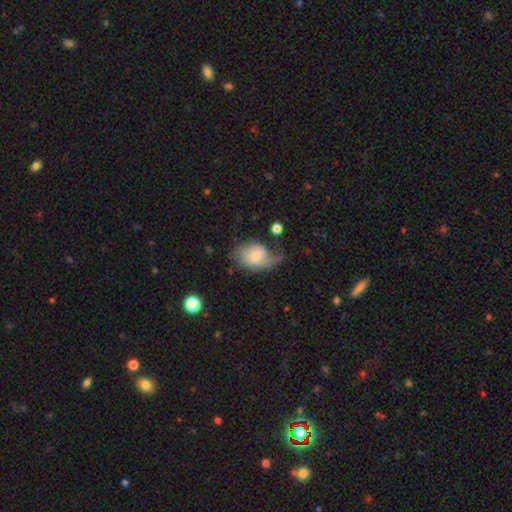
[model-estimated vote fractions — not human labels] The model was most divided on "merging": none: 37%, minor disturbance: 35%, major disturbance: 24%, merger: 4%. More confident: how rounded — in between (74%); smooth or featured — smooth (59%).